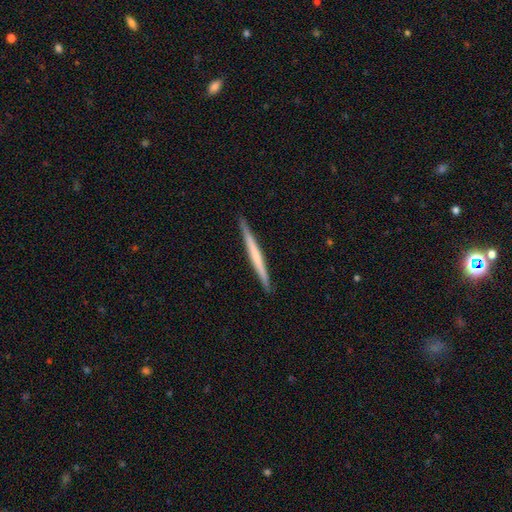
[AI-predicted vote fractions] Overall: featured or disk (51%; smooth 44%). Edge-on disk: yes (98%). Merging: none (91%).